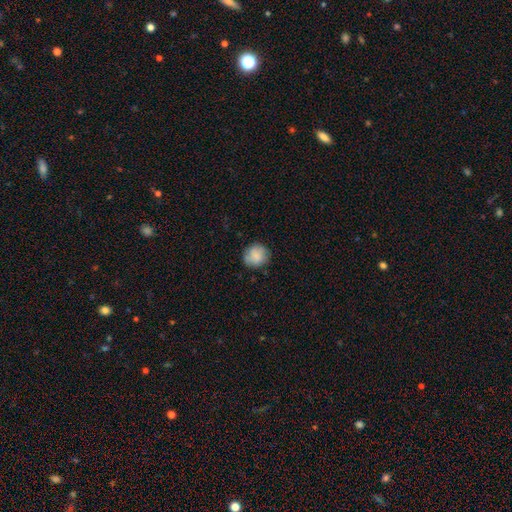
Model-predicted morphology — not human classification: Smooth or featured?
  - smooth: 82% *
  - featured or disk: 11%
  - star or artifact: 7%
How rounded?
  - round: 83% *
  - in between: 16%
  - cigar-shaped: 1%
Merging?
  - none: 79% *
  - minor disturbance: 16%
  - major disturbance: 4%
  - merger: 1%